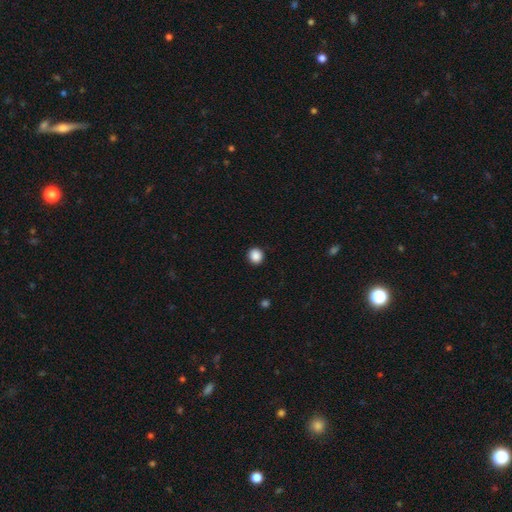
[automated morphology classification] This is clearly a smooth galaxy (88%). How rounded: clearly round (89%). Merging: clearly none (92%).